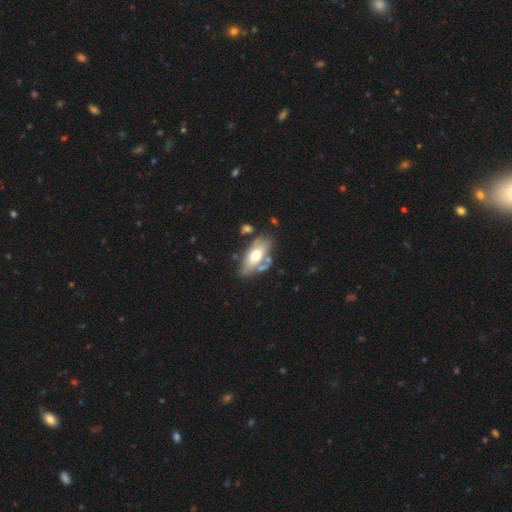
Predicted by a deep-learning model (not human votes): A smooth galaxy with no disk features (54%) that is in between round and cigar-shaped (85%).

Vote fractions:
- Smooth or featured? smooth: 54% / featured or disk: 40% / star or artifact: 6%
- How rounded? in between: 85% / cigar-shaped: 11% / round: 3%
- Merging? none: 61% / minor disturbance: 19% / merger: 14% / major disturbance: 6%